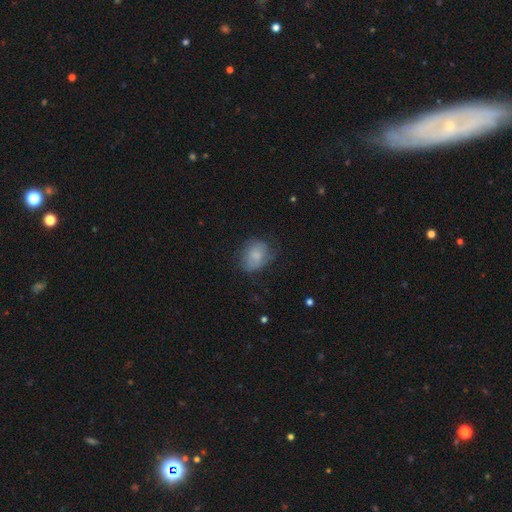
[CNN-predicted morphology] Smooth or featured? smooth (70%)
How rounded? in between (52%)
Merging? none (54%)